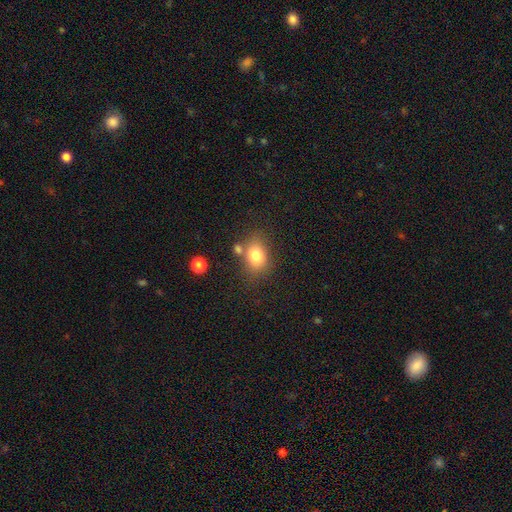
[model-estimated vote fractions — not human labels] Smooth or featured? smooth (79%)
How rounded? in between (64%)
Merging? none (65%)